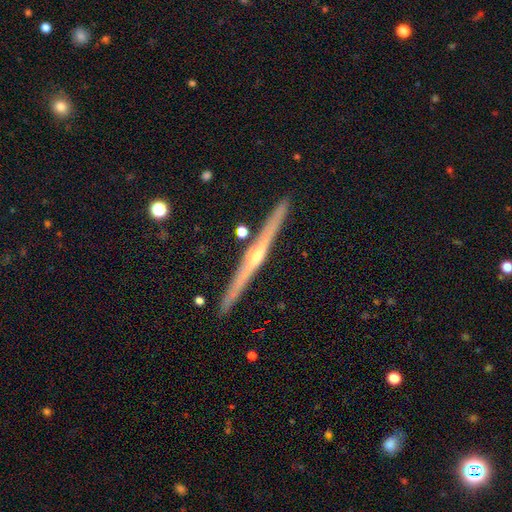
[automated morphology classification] Q: Smooth or featured?
A: featured or disk (81%); runner-up: smooth (13%)
Q: Edge-on disk?
A: yes (98%); runner-up: no (2%)
Q: Edge-on bulge?
A: rounded (80%); runner-up: none (16%)
Q: Merging?
A: none (91%); runner-up: minor disturbance (6%)